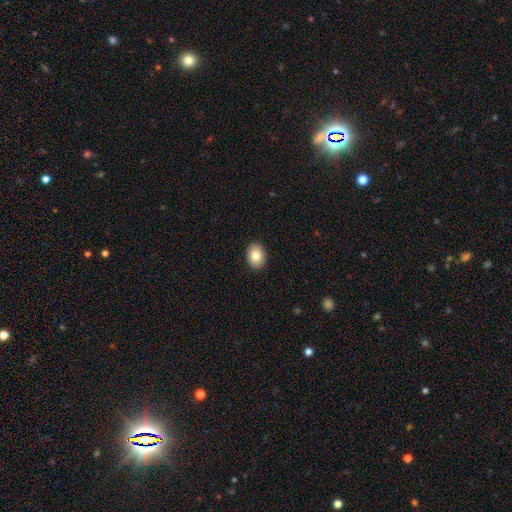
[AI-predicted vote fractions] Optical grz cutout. It shows a smooth galaxy with no disk features (84%) that is in between round and cigar-shaped (69%). Merging: none (91%).